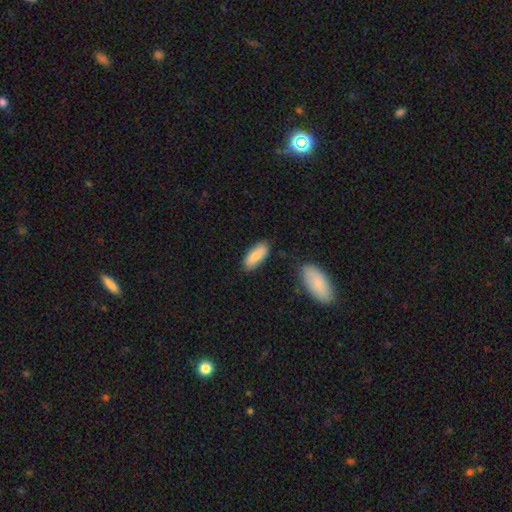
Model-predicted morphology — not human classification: A smooth galaxy with no disk features (80%) that is in between round and cigar-shaped (76%).

Vote fractions:
- Smooth or featured? smooth: 80% / featured or disk: 14% / star or artifact: 6%
- How rounded? in between: 76% / cigar-shaped: 22% / round: 2%
- Merging? none: 81% / minor disturbance: 13% / merger: 3% / major disturbance: 3%